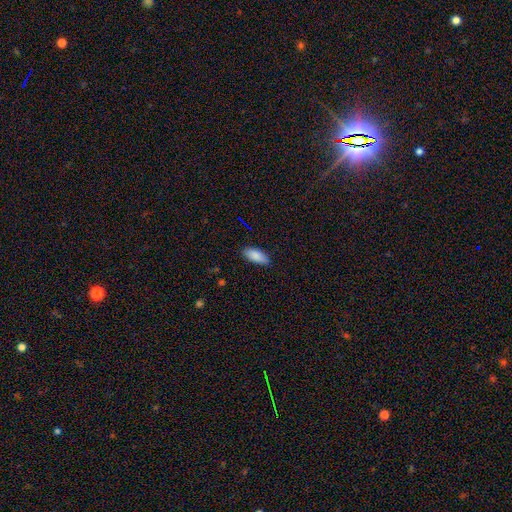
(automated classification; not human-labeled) This is clearly a smooth galaxy (88%). How rounded: clearly in between (88%). Merging: clearly none (85%).